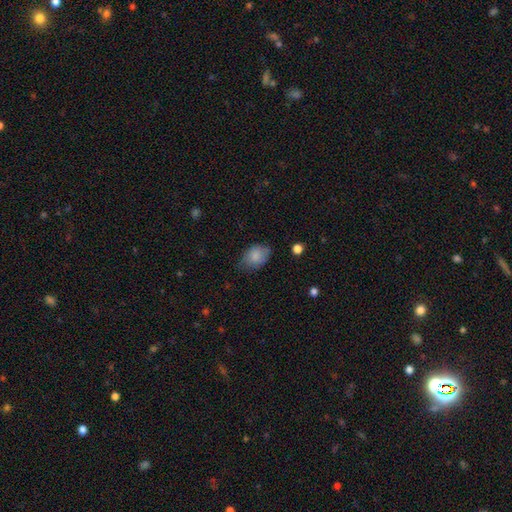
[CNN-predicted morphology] A smooth galaxy with no disk features (83%) that is in between round and cigar-shaped (80%).

Vote fractions:
- Smooth or featured? smooth: 83% / featured or disk: 9% / star or artifact: 8%
- How rounded? in between: 80% / round: 19% / cigar-shaped: 1%
- Merging? none: 60% / minor disturbance: 31% / major disturbance: 7% / merger: 2%